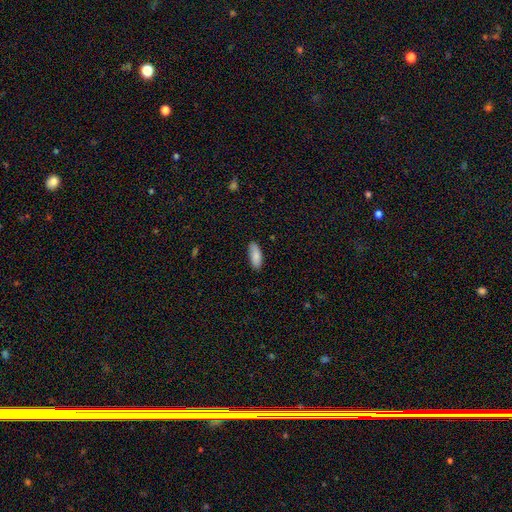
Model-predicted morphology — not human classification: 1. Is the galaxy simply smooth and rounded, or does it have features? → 86% smooth, 8% featured or disk, 6% star or artifact.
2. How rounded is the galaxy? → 77% in between, 21% cigar-shaped, 2% round.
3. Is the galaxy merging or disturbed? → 83% none, 13% minor disturbance, 2% major disturbance, 1% merger.